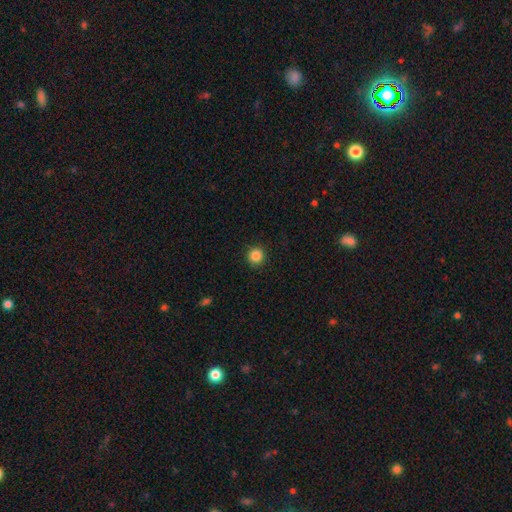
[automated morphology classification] A smooth galaxy with no disk features (86%) that is round (95%).

Vote fractions:
- Smooth or featured? smooth: 86% / star or artifact: 11% / featured or disk: 3%
- How rounded? round: 95% / in between: 4% / cigar-shaped: 1%
- Merging? none: 92% / minor disturbance: 5% / major disturbance: 2% / merger: 1%